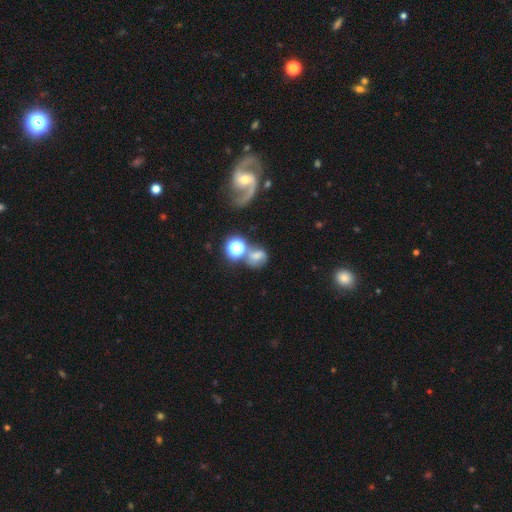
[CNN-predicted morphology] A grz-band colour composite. It shows a smooth galaxy with no disk features (47%). Merging: none (43%).